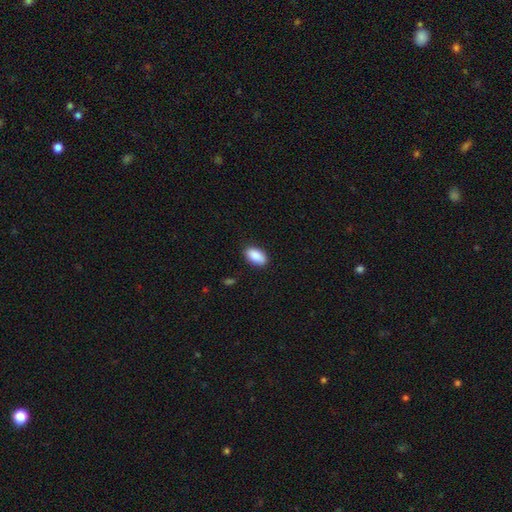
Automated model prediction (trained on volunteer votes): A smooth galaxy with no disk features (90%) that is in between round and cigar-shaped (94%).

Vote fractions:
- Smooth or featured? smooth: 90% / star or artifact: 6% / featured or disk: 4%
- How rounded? in between: 94% / round: 4% / cigar-shaped: 3%
- Merging? none: 88% / minor disturbance: 9% / major disturbance: 2% / merger: 1%